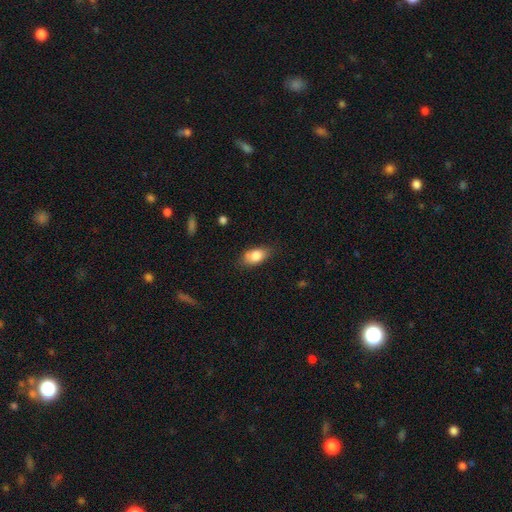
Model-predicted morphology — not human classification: smooth_or_featured: smooth (p=0.82) [alt: featured or disk p=0.11]
how_rounded: in between (p=0.89) [alt: round p=0.07]
merging: none (p=0.71) [alt: minor disturbance p=0.23]